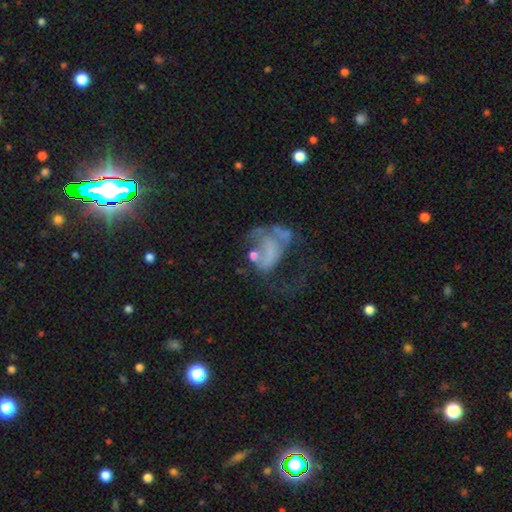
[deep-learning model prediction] This appears to be a featured or disk galaxy (52%) with no bar (83%), no spiral arms (77%) and no central bulge (70%). Merging: major disturbance (53%).